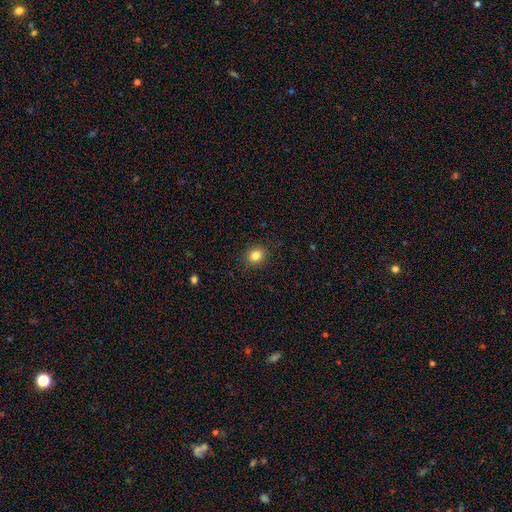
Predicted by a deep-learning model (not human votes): Smooth or featured?
  - smooth: 84% *
  - star or artifact: 11%
  - featured or disk: 5%
How rounded?
  - round: 73% *
  - in between: 26%
  - cigar-shaped: 1%
Merging?
  - none: 89% *
  - minor disturbance: 8%
  - major disturbance: 2%
  - merger: 1%